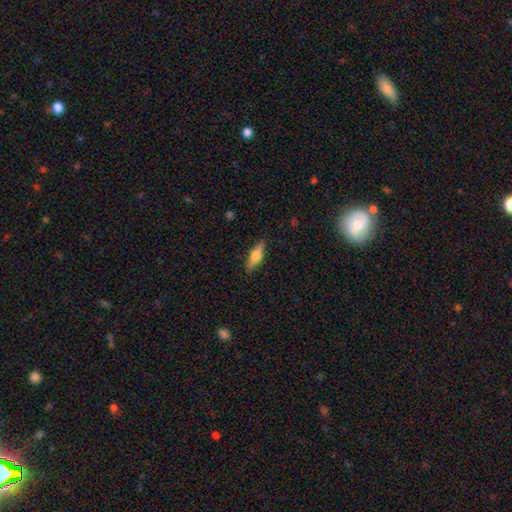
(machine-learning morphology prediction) The model was most divided on "how rounded": cigar-shaped: 52%, in between: 45%, round: 3%. More confident: merging — none (88%); smooth or featured — smooth (54%).